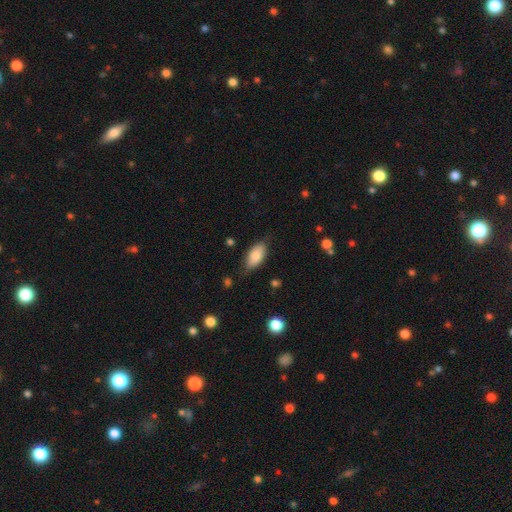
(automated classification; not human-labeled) Smooth or featured?
  - smooth: 82% *
  - featured or disk: 12%
  - star or artifact: 7%
How rounded?
  - in between: 91% *
  - cigar-shaped: 6%
  - round: 3%
Merging?
  - none: 70% *
  - minor disturbance: 23%
  - major disturbance: 5%
  - merger: 2%